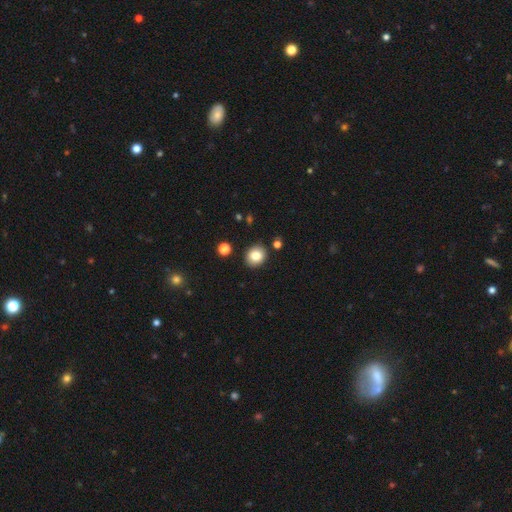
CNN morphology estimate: smooth-or-featured: smooth: 82% | star or artifact: 10% | featured or disk: 8%
  how-rounded: round: 72% | in between: 27% | cigar-shaped: 1%
  merging: none: 89% | minor disturbance: 7% | merger: 3% | major disturbance: 2%